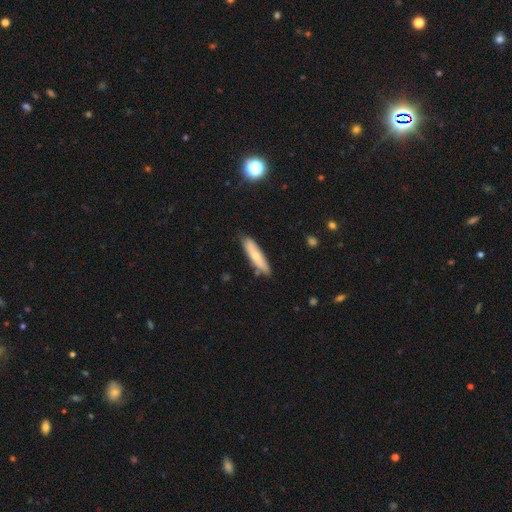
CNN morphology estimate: Q: Smooth or featured?
A: smooth (65%); runner-up: featured or disk (29%)
Q: How rounded?
A: cigar-shaped (75%); runner-up: in between (23%)
Q: Merging?
A: none (78%); runner-up: minor disturbance (17%)